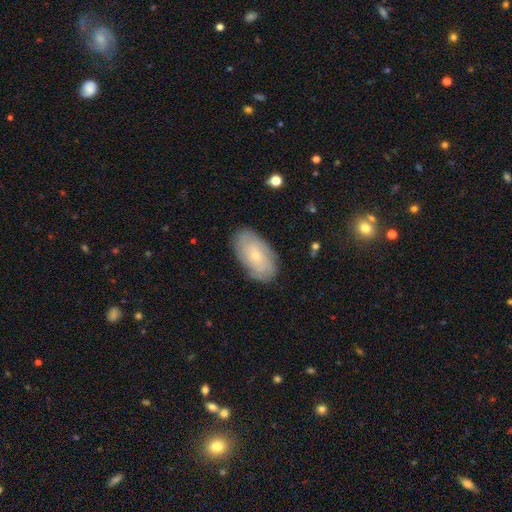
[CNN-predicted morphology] This is possibly a smooth galaxy (47%). Merging: clearly none (82%).